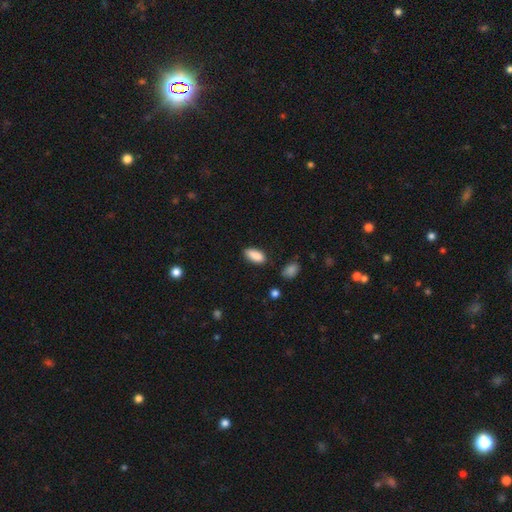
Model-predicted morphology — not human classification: Smooth or featured? Predicted: smooth (p=0.88). How rounded? Predicted: in between (p=0.87). Merging? Predicted: none (p=0.79).